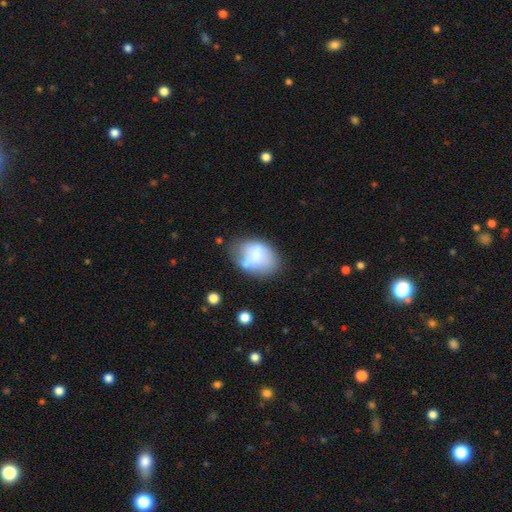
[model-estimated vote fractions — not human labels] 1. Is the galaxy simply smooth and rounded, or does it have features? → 69% smooth, 22% featured or disk, 9% star or artifact.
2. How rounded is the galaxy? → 75% in between, 23% round, 1% cigar-shaped.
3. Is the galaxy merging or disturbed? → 44% none, 29% minor disturbance, 15% major disturbance, 11% merger.